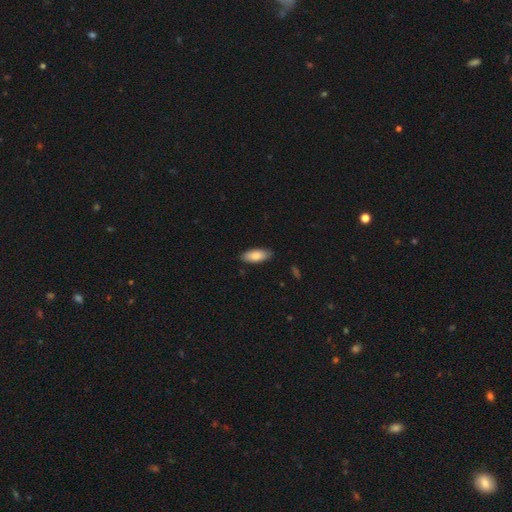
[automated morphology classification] This appears to be a smooth galaxy with no disk features (84%) that is in between round and cigar-shaped (85%). Merging: none (85%).